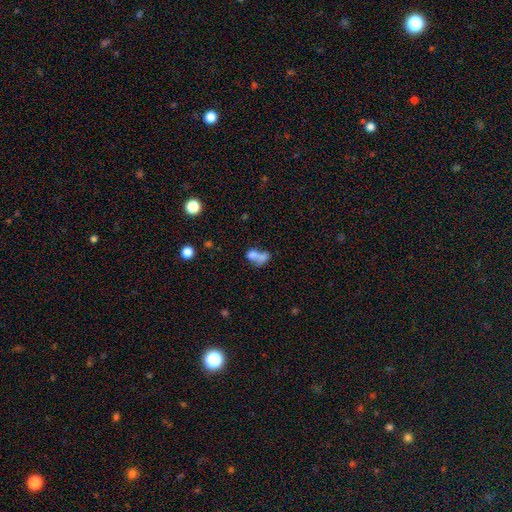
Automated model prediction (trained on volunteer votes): Smooth or featured: smooth — 64% (featured or disk — 23%)
How rounded: in between — 66% (round — 29%)
Merging: merger — 62% (none — 19%)